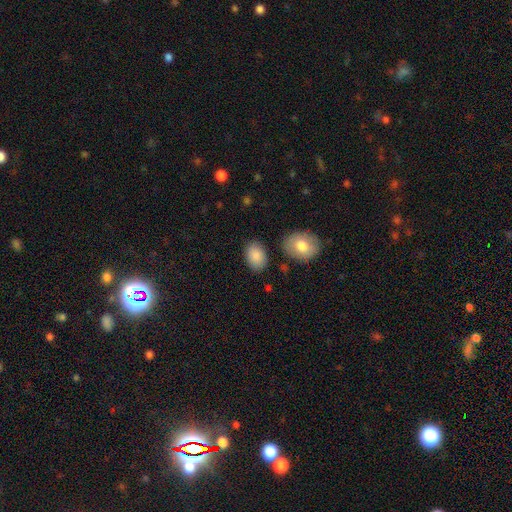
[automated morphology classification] A smooth galaxy with no disk features (88%) that is in between round and cigar-shaped (85%).

Vote fractions:
- Smooth or featured? smooth: 88% / star or artifact: 7% / featured or disk: 6%
- How rounded? in between: 85% / round: 14% / cigar-shaped: 1%
- Merging? none: 81% / minor disturbance: 12% / merger: 4% / major disturbance: 3%